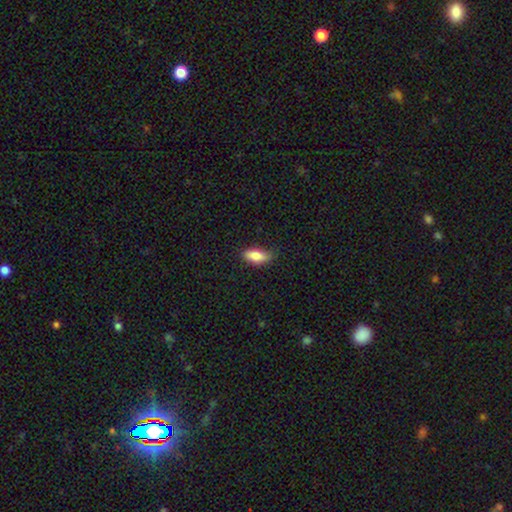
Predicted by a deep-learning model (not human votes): A smooth galaxy with no disk features (84%) that is in between round and cigar-shaped (83%).

Vote fractions:
- Smooth or featured? smooth: 84% / featured or disk: 9% / star or artifact: 7%
- How rounded? in between: 83% / cigar-shaped: 14% / round: 3%
- Merging? none: 74% / minor disturbance: 21% / major disturbance: 4% / merger: 1%